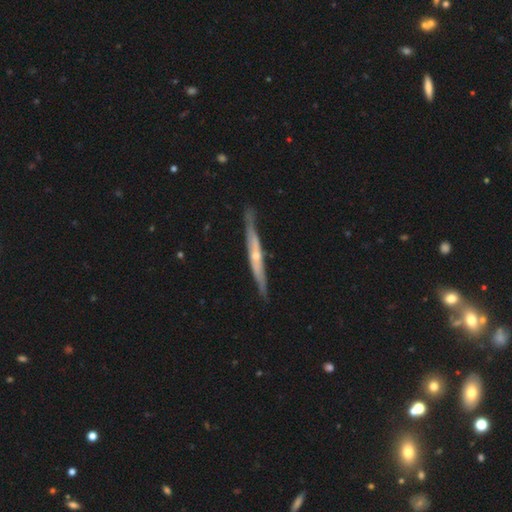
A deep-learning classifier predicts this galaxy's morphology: Q: Smooth or featured?
A: featured or disk (74%); runner-up: smooth (21%)
Q: Edge-on disk?
A: yes (92%); runner-up: no (8%)
Q: Edge-on bulge?
A: rounded (63%); runner-up: none (31%)
Q: Merging?
A: none (81%); runner-up: minor disturbance (15%)